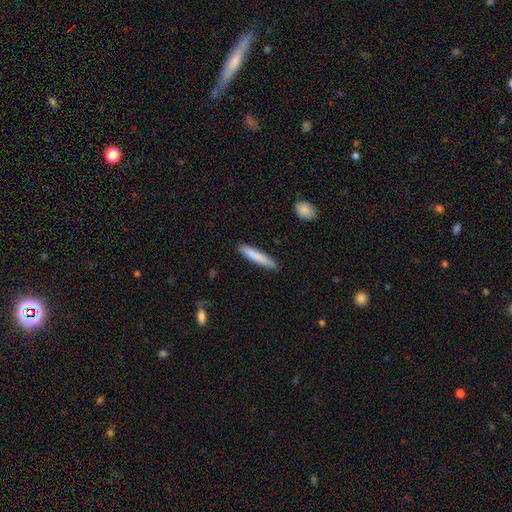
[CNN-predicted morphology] Smooth or featured? smooth (82%)
How rounded? cigar-shaped (90%)
Merging? none (87%)